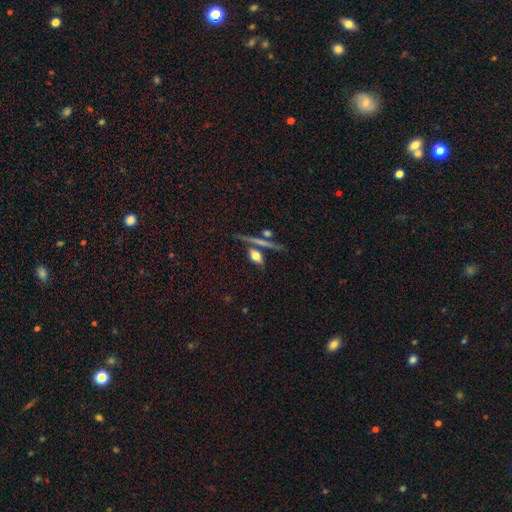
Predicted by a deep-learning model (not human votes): smooth_or_featured: smooth (p=0.57) [alt: featured or disk p=0.31]
how_rounded: in between (p=0.48) [alt: cigar-shaped p=0.40]
merging: none (p=0.66) [alt: merger p=0.15]